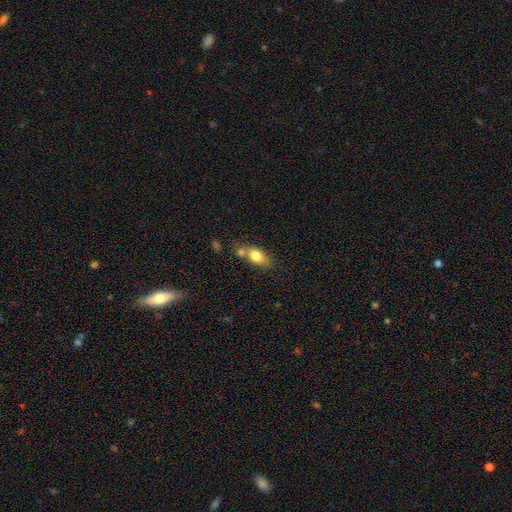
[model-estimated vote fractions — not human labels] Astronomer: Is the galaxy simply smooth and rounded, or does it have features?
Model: smooth — 76%.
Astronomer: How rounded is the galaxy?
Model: in between — 81%.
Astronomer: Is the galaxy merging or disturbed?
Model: none — 49% (runner-up: merger, 31%).